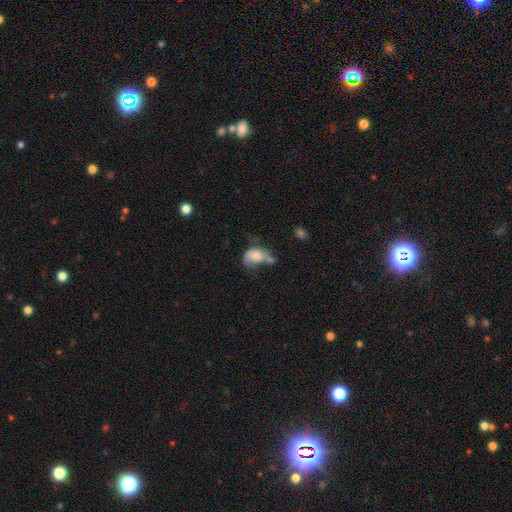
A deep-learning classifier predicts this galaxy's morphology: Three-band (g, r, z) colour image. It shows a smooth galaxy with no disk features (70%) that is in between round and cigar-shaped (75%). Merging: major disturbance (30%).